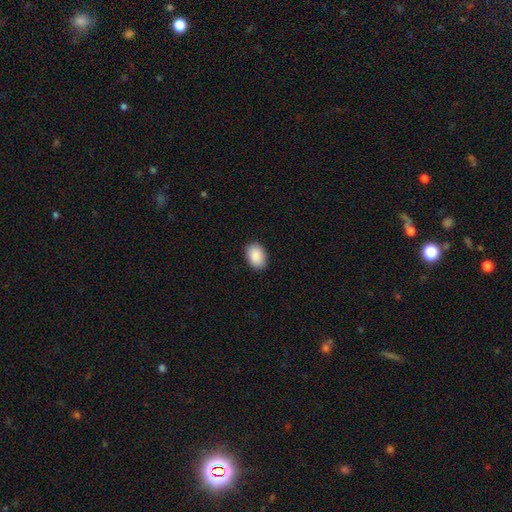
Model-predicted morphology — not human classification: Smooth or featured? smooth (91%)
How rounded? in between (85%)
Merging? none (89%)